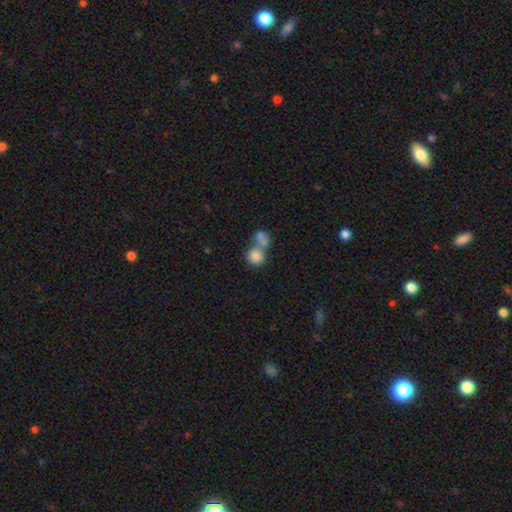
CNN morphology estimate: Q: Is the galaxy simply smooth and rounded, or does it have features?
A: smooth — 80%.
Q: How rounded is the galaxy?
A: round — 84%.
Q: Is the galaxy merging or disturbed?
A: merger — 51%.